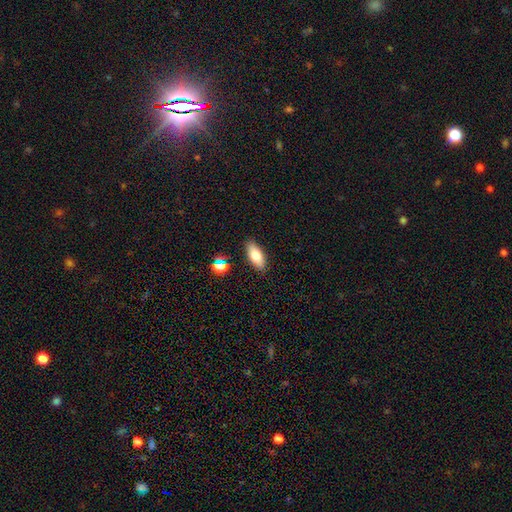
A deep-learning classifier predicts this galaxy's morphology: smooth-or-featured: smooth: 77% | featured or disk: 14% | star or artifact: 8%
  how-rounded: in between: 83% | cigar-shaped: 14% | round: 3%
  merging: none: 87% | minor disturbance: 9% | merger: 2% | major disturbance: 2%